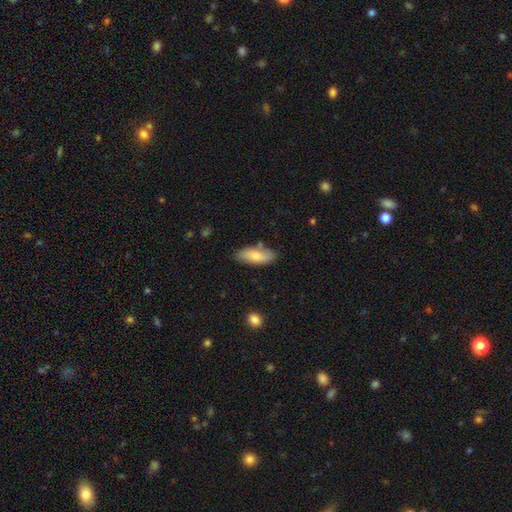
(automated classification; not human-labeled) A smooth galaxy with no disk features (77%) that is in between round and cigar-shaped (78%). Merging: none (75%).